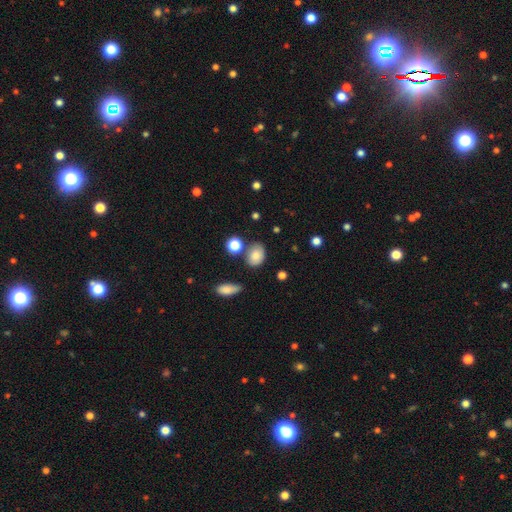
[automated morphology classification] The model was most divided on "how rounded": in between: 71%, round: 27%, cigar-shaped: 1%. More confident: smooth or featured — smooth (78%); merging — none (66%).